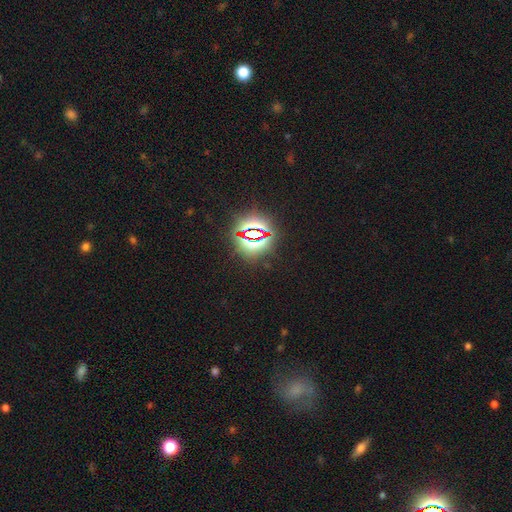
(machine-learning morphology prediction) Smooth or featured: star or artifact — 80% (smooth — 13%)